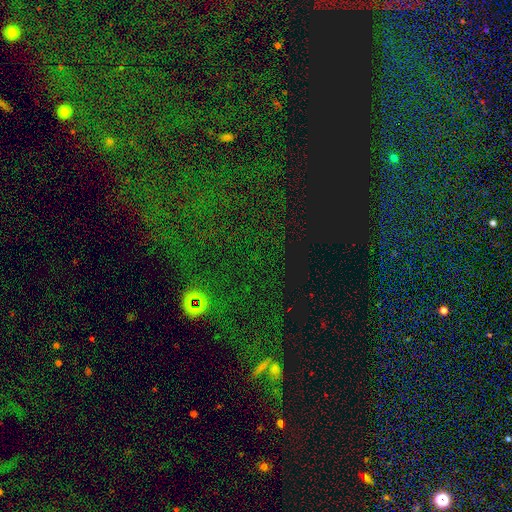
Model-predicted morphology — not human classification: smooth-or-featured: star or artifact: 76% | smooth: 14% | featured or disk: 10%